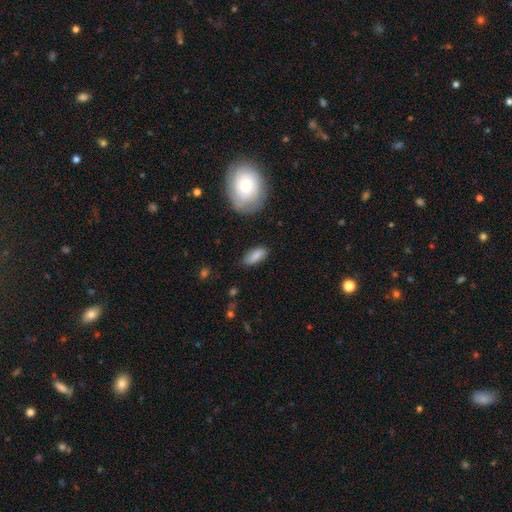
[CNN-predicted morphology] A smooth galaxy with no disk features (82%) that is in between round and cigar-shaped (85%). Merging: none (82%).